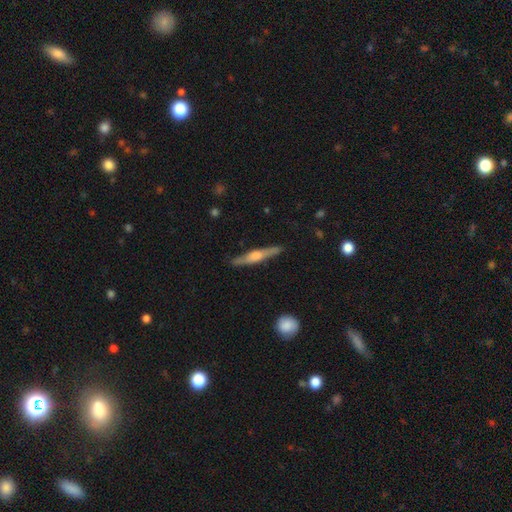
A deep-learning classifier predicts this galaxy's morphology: Smooth or featured?
  - featured or disk: 67% *
  - smooth: 28%
  - star or artifact: 5%
Edge-on disk?
  - yes: 96% *
  - no: 4%
Edge-on bulge?
  - rounded: 78% *
  - boxy: 16%
  - none: 6%
Merging?
  - none: 87% *
  - minor disturbance: 10%
  - major disturbance: 2%
  - merger: 1%